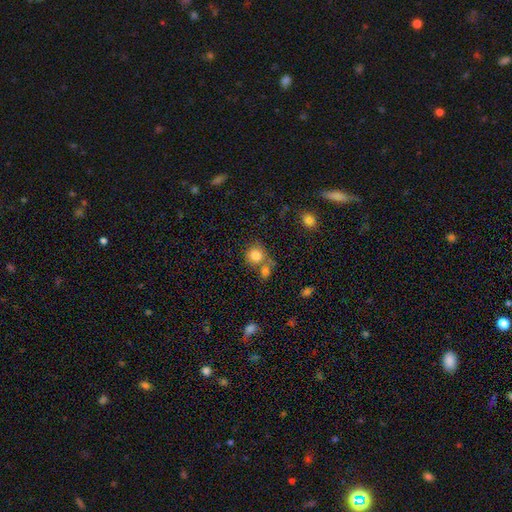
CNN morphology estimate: Smooth or featured? Predicted: smooth (p=0.83). How rounded? Predicted: round (p=0.84). Merging? Predicted: none (p=0.55).